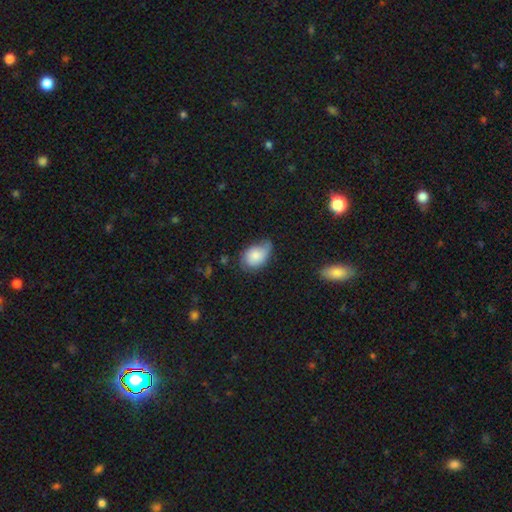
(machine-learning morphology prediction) The model was most divided on "merging": minor disturbance: 44%, none: 40%, major disturbance: 13%, merger: 3%. More confident: how rounded — in between (85%); smooth or featured — smooth (79%).